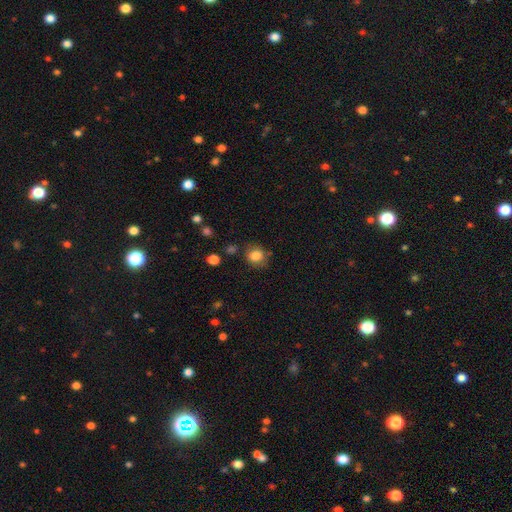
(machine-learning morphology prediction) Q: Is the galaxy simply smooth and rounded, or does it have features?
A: smooth — 83%.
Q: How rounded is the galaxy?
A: round — 71%.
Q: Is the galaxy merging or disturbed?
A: none — 75%.